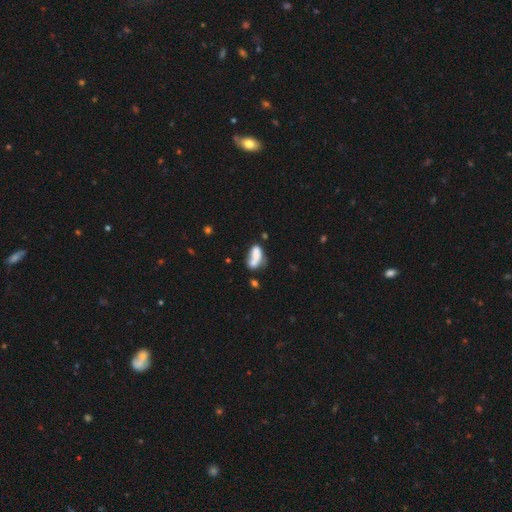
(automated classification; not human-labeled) A smooth galaxy with no disk features (63%) that is in between round and cigar-shaped (84%).

Vote fractions:
- Smooth or featured? smooth: 63% / featured or disk: 28% / star or artifact: 9%
- How rounded? in between: 84% / cigar-shaped: 10% / round: 7%
- Merging? merger: 48% / none: 23% / minor disturbance: 15% / major disturbance: 14%